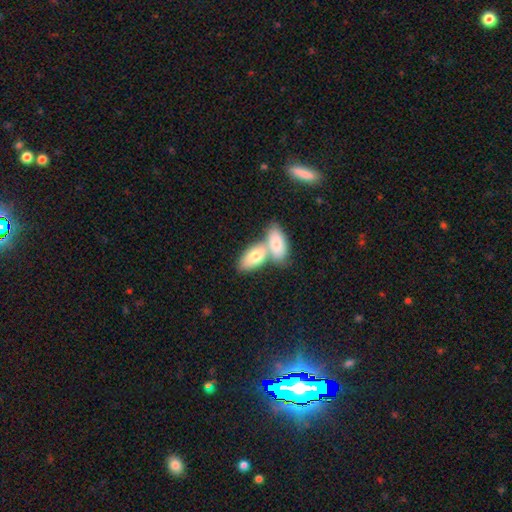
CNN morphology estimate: smooth 76%, featured or disk 18%, star or artifact 6%. Down the decision tree: how rounded — in between (87%); merging — merger (59%).